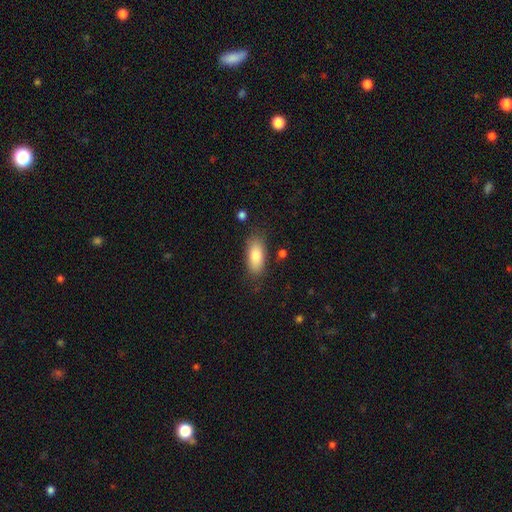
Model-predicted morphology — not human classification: This appears to be a smooth galaxy with no disk features (83%) that is in between round and cigar-shaped (86%). Merging: none (78%).